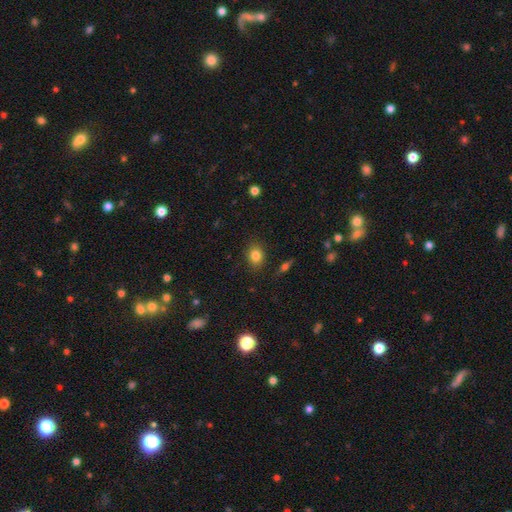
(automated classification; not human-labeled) smooth_or_featured: smooth (p=0.82) [alt: star or artifact p=0.11]
how_rounded: round (p=0.49) [tied with: in between p=0.49]
merging: none (p=0.85) [alt: minor disturbance p=0.11]